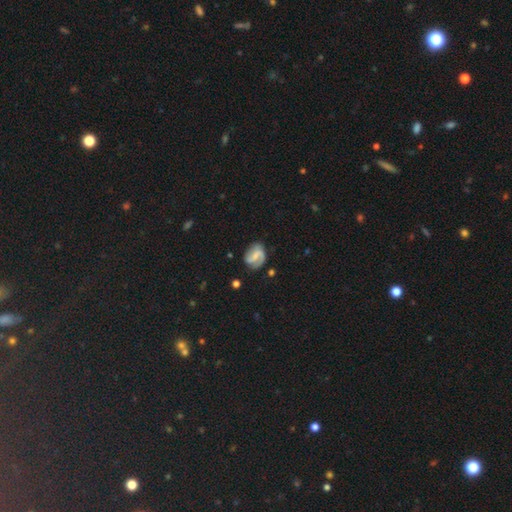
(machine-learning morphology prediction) A featured or disk galaxy (70%) with a weak bar (43%), 2 (75%) medium (42%) spiral arms (91%) and a small central bulge (43%).

Vote fractions:
- Smooth or featured? featured or disk: 70% / smooth: 23% / star or artifact: 7%
- Edge-on disk? no: 97% / yes: 3%
- Bar? weak: 43% / strong: 34% / no: 23%
- Spiral arms? yes: 91% / no: 9%
- Spiral winding? medium: 42% / loose: 31% / tight: 27%
- Spiral arm count? 2: 75% / 1: 14% / can't tell: 7% / 3: 2% / 4: 1% / more than 4: 1%
- Bulge size? small: 43% / none: 34% / moderate: 20% / large: 3% / dominant: 1%
- Merging? none: 66% / minor disturbance: 21% / major disturbance: 10% / merger: 3%